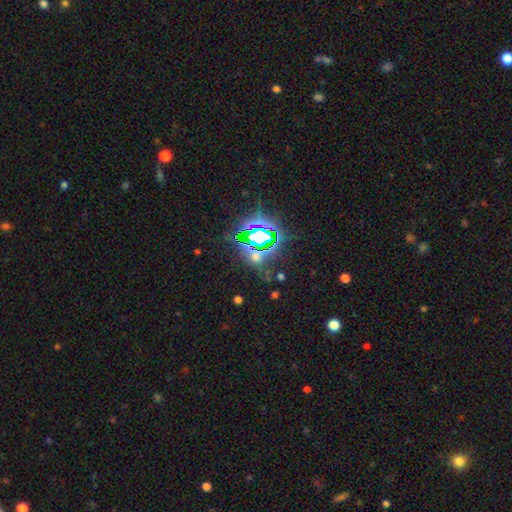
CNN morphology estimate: Smooth or featured?
  - star or artifact: 72% *
  - smooth: 19%
  - featured or disk: 9%